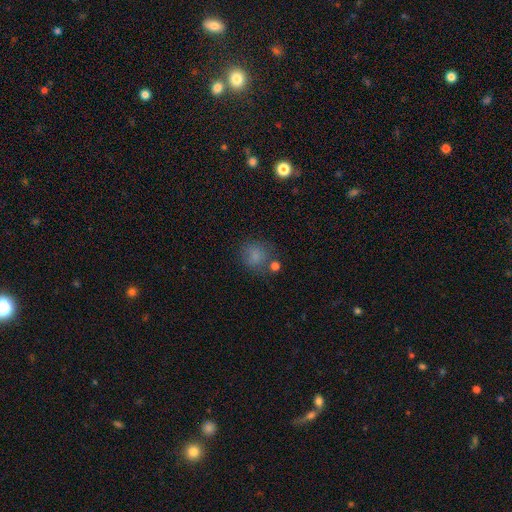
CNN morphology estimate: A smooth galaxy with no disk features (76%) that is round (79%). Merging: none (65%).